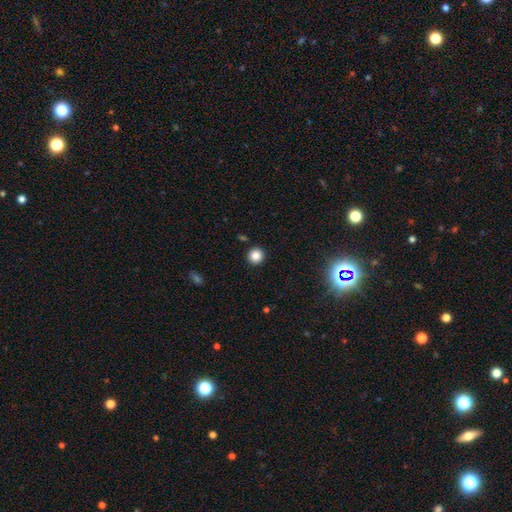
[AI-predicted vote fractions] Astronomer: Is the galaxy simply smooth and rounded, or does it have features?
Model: smooth — 84%.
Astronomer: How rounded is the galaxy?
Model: round — 93%.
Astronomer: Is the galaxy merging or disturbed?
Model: none — 92%.